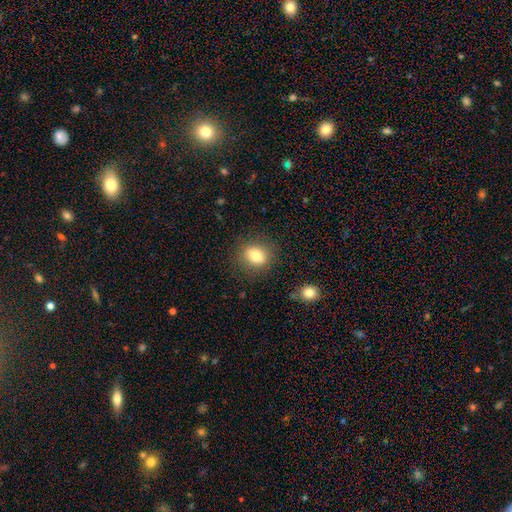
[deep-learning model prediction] Q: Smooth or featured?
A: smooth (79%); runner-up: featured or disk (11%)
Q: How rounded?
A: round (61%); runner-up: in between (38%)
Q: Merging?
A: none (84%); runner-up: minor disturbance (11%)